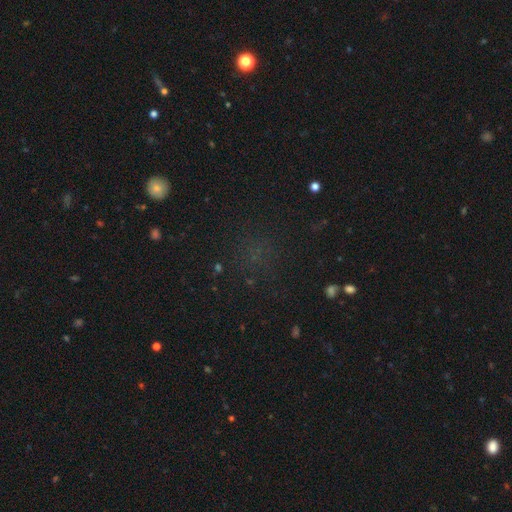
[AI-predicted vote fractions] The model was most divided on "smooth or featured": star or artifact: 54%, smooth: 36%, featured or disk: 10%.